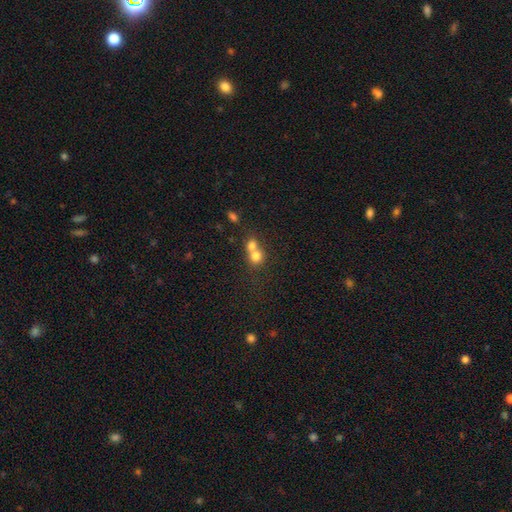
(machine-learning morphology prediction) Overall: smooth (75%). How rounded: round (76%). Merging: merger (67%).